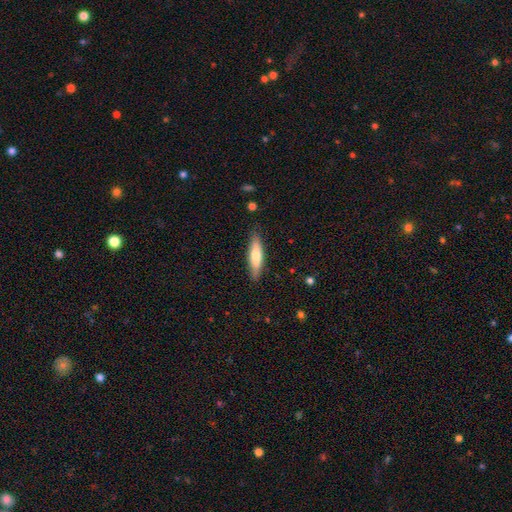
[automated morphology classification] Smooth or featured?
  - smooth: 67% *
  - featured or disk: 27%
  - star or artifact: 6%
How rounded?
  - cigar-shaped: 67% *
  - in between: 31%
  - round: 2%
Merging?
  - none: 85% *
  - minor disturbance: 12%
  - major disturbance: 2%
  - merger: 1%